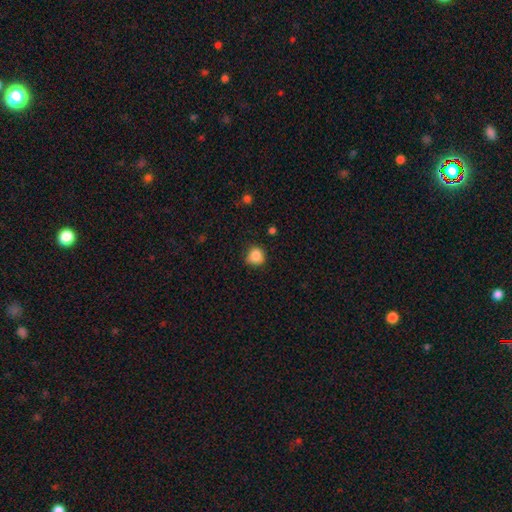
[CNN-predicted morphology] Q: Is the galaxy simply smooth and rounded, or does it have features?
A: smooth — 85%.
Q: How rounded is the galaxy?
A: round — 86%.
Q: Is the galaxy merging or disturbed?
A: none — 72%.